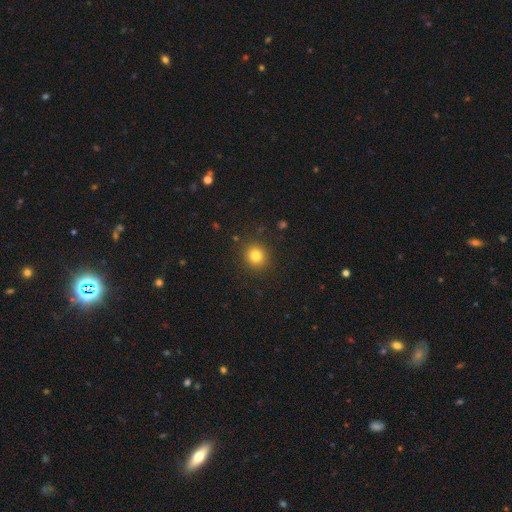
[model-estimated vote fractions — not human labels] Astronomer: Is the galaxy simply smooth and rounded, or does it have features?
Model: smooth — 81%.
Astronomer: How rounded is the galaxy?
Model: round — 86%.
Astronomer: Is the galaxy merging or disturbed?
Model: none — 89%.